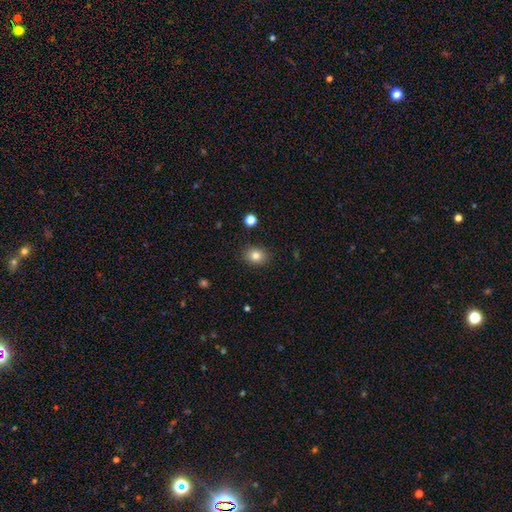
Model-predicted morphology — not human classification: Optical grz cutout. It shows a smooth galaxy with no disk features (82%) that is round (58%). Merging: none (89%).